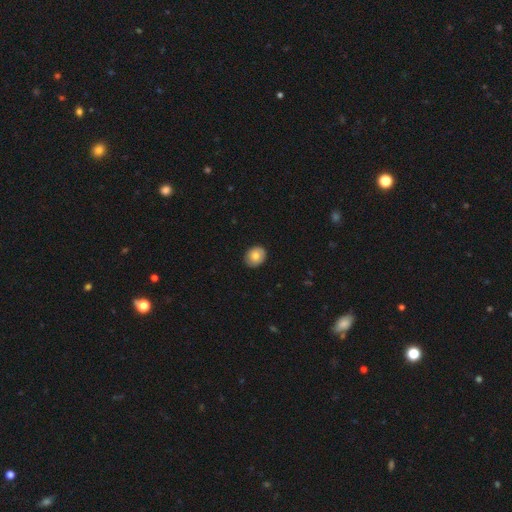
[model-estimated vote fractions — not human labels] Morphology: type=smooth (76%); roundness=round (54%); merging=none (88%).